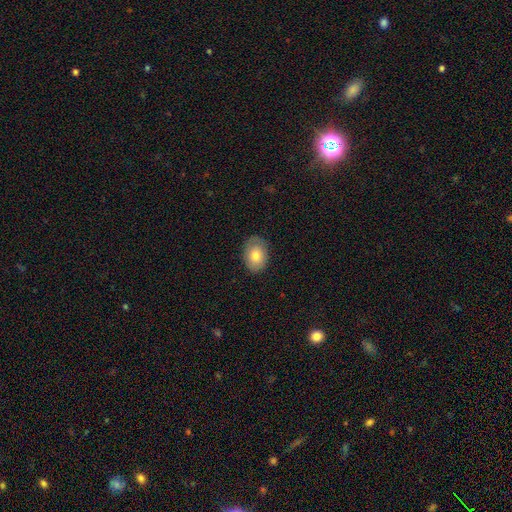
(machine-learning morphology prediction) Smooth or featured? smooth (74%)
How rounded? in between (77%)
Merging? none (82%)